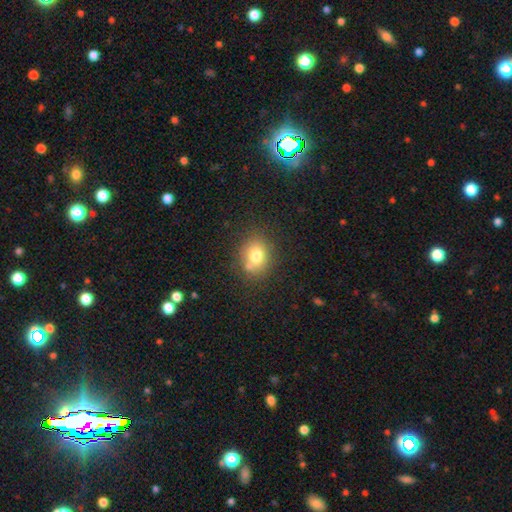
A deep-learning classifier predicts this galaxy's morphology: smooth_or_featured: smooth (p=0.75) [alt: featured or disk p=0.13]
how_rounded: round (p=0.62) [alt: in between p=0.37]
merging: none (p=0.67) [alt: merger p=0.15]